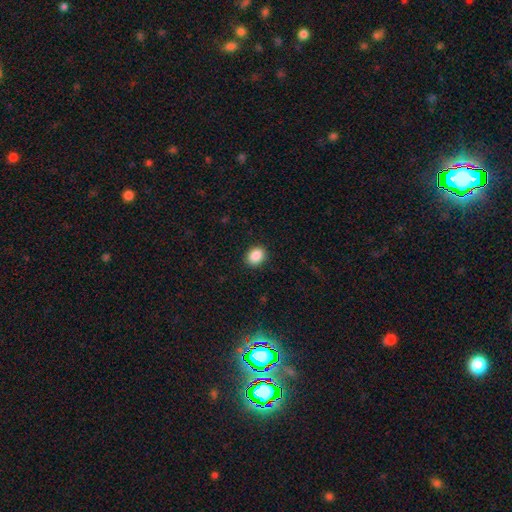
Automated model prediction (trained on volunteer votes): smooth 89%, star or artifact 8%, featured or disk 3%. Down the decision tree: how rounded — in between (55%); merging — none (90%).